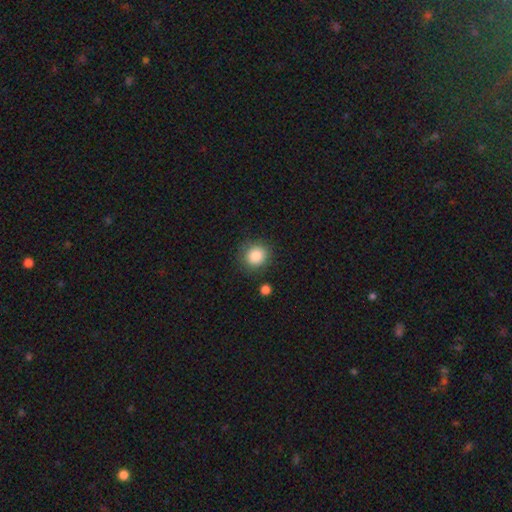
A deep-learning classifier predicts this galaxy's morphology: A smooth galaxy with no disk features (87%) that is round (88%). Merging: none (84%).